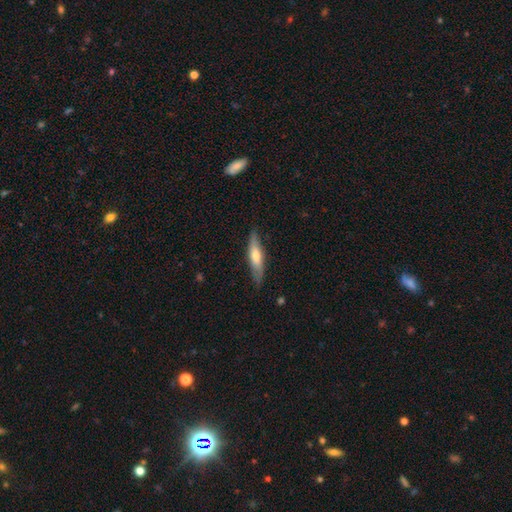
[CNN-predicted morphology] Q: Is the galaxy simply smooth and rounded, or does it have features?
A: smooth — 51%.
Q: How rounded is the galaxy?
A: cigar-shaped — 76%.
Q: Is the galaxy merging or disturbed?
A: none — 82%.